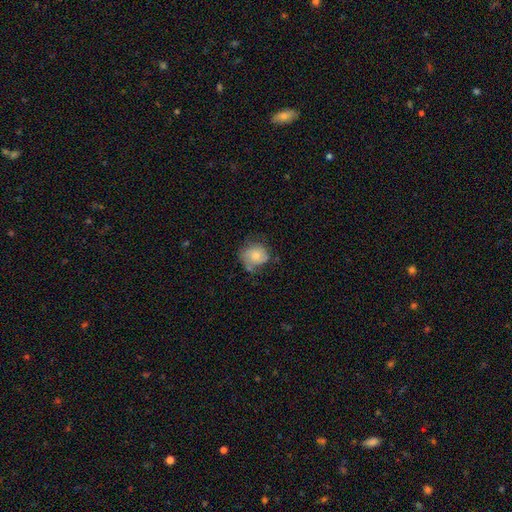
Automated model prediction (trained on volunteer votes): A smooth galaxy with no disk features (59%) that is round (70%).

Vote fractions:
- Smooth or featured? smooth: 59% / featured or disk: 33% / star or artifact: 8%
- How rounded? round: 70% / in between: 30% / cigar-shaped: 1%
- Merging? none: 50% / minor disturbance: 31% / major disturbance: 13% / merger: 5%